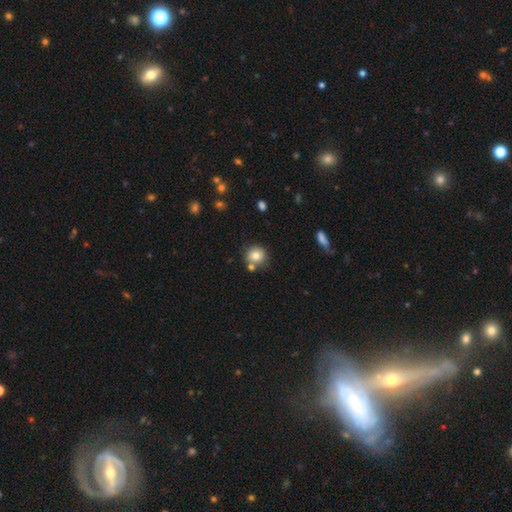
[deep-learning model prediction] Overall: smooth (78%). How rounded: round (90%). Merging: none (68%).